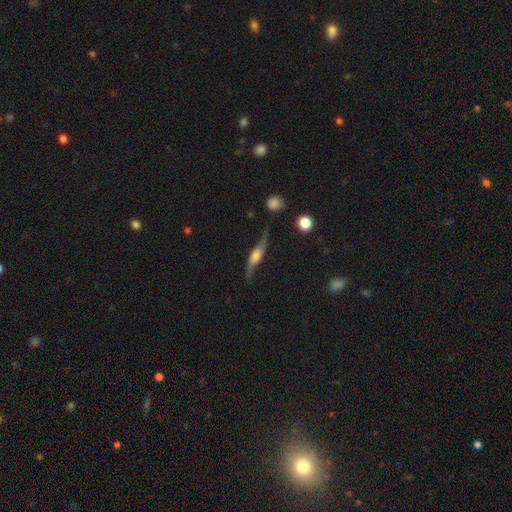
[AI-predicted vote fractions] featured or disk 77%, smooth 16%, star or artifact 7%. Down the decision tree: edge-on disk — no (54%); merging — none (65%).